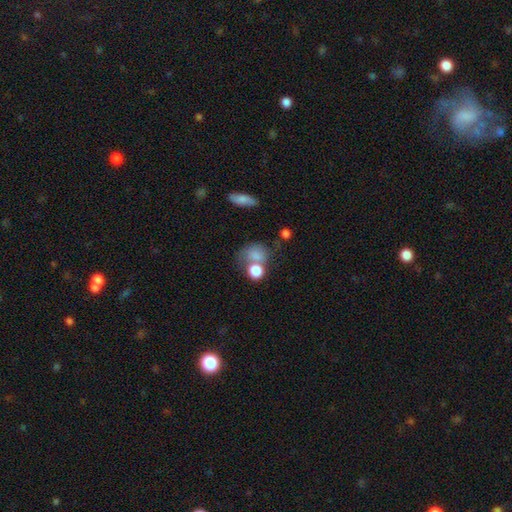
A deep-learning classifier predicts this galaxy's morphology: Overall: smooth (77%). How rounded: round (57%; in between 42%). Merging: none (38%; merger 35%).